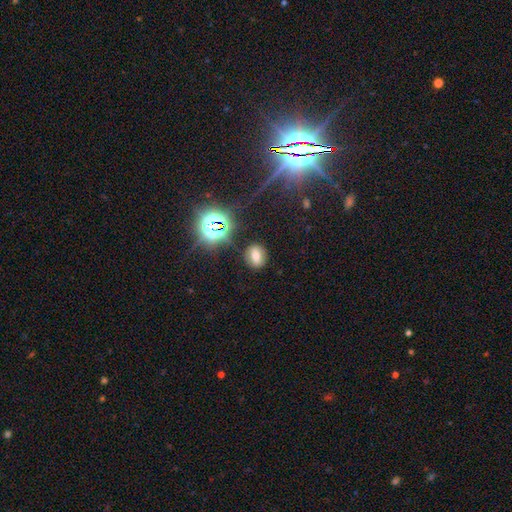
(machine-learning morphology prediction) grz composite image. It shows a smooth galaxy with no disk features (58%) that is in between round and cigar-shaped (51%). Merging: none (85%).